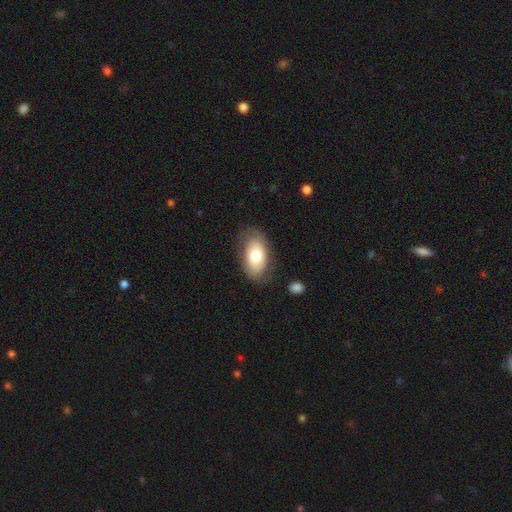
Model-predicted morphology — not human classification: This appears to be a smooth galaxy with no disk features (70%) that is in between round and cigar-shaped (93%). Merging: none (78%).